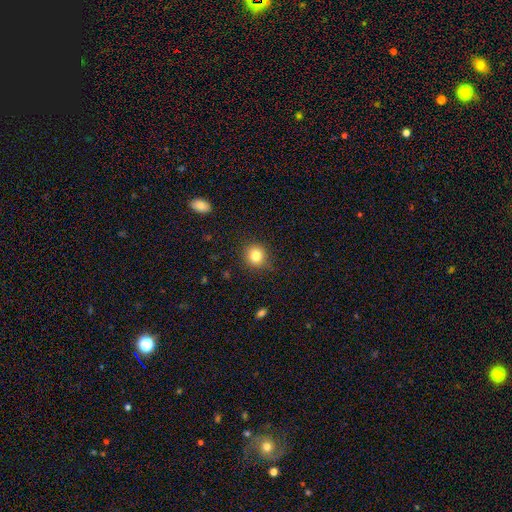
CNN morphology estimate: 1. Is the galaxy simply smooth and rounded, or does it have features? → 82% smooth, 11% star or artifact, 7% featured or disk.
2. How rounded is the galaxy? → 89% round, 10% in between, 1% cigar-shaped.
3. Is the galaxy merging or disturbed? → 88% none, 9% minor disturbance, 3% major disturbance, 1% merger.